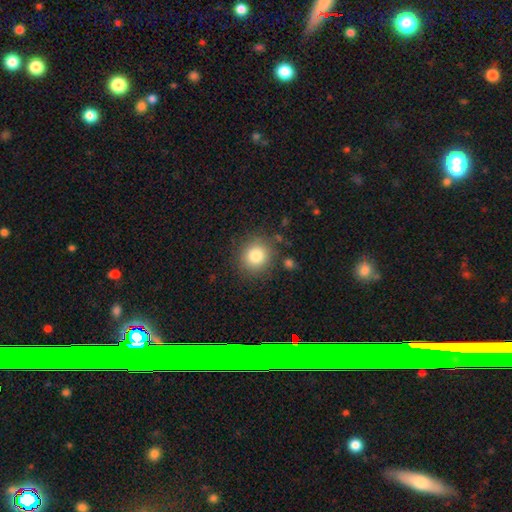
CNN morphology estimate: Smooth or featured?
  - smooth: 82% *
  - star or artifact: 11%
  - featured or disk: 7%
How rounded?
  - round: 88% *
  - in between: 11%
  - cigar-shaped: 1%
Merging?
  - none: 85% *
  - minor disturbance: 9%
  - major disturbance: 3%
  - merger: 3%